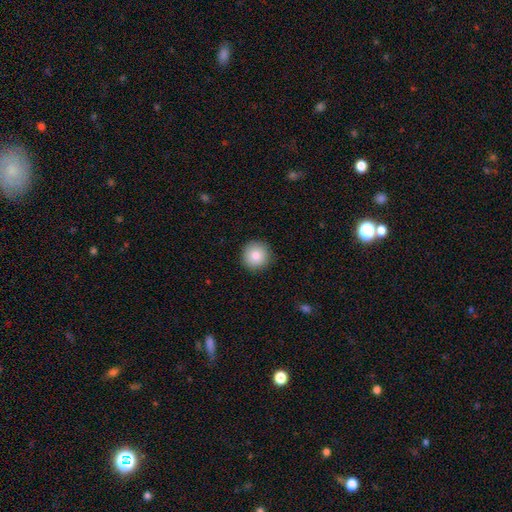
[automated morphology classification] Overall: smooth (86%). How rounded: round (95%). Merging: none (91%).